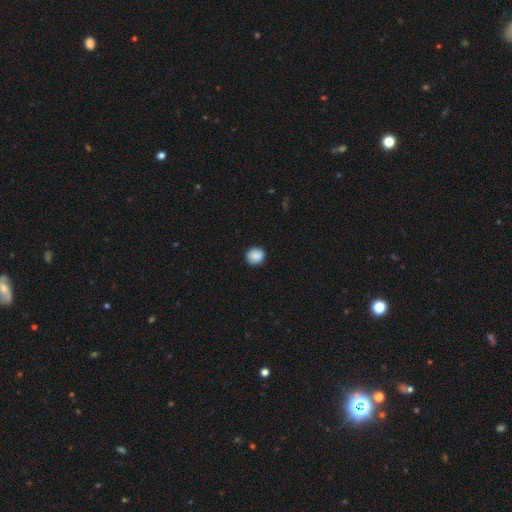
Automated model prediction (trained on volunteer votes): Smooth or featured? Predicted: smooth (p=0.86). How rounded? Predicted: round (p=0.89). Merging? Predicted: none (p=0.87).